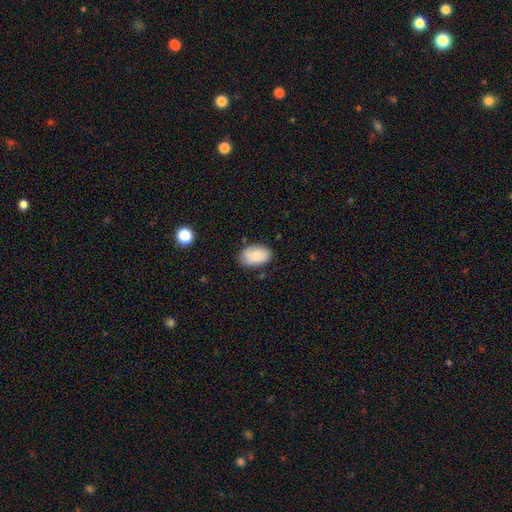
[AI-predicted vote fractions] smooth_or_featured: smooth (p=0.87) [alt: star or artifact p=0.07]
how_rounded: in between (p=0.92) [alt: round p=0.06]
merging: none (p=0.79) [alt: minor disturbance p=0.16]